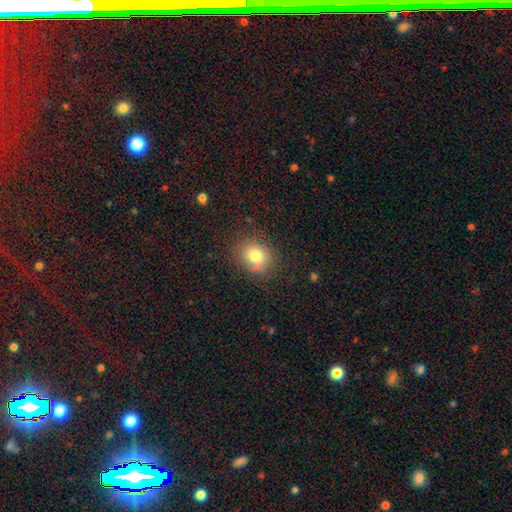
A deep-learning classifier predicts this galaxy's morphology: type=smooth (78%); roundness=round (55%); merging=none (77%).